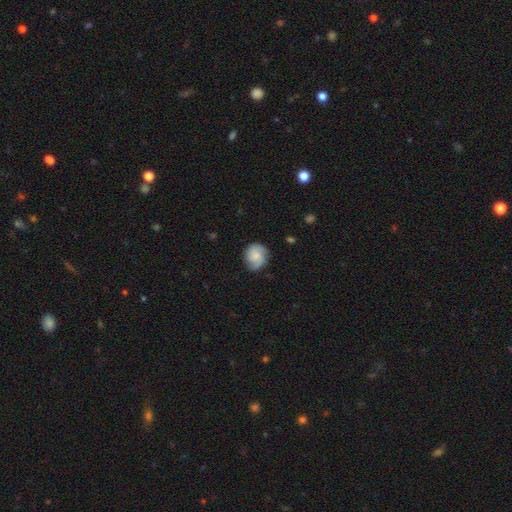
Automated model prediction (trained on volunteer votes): Smooth or featured: smooth — 57% (featured or disk — 35%)
How rounded: round — 76% (in between — 23%)
Merging: none — 75% (minor disturbance — 18%)